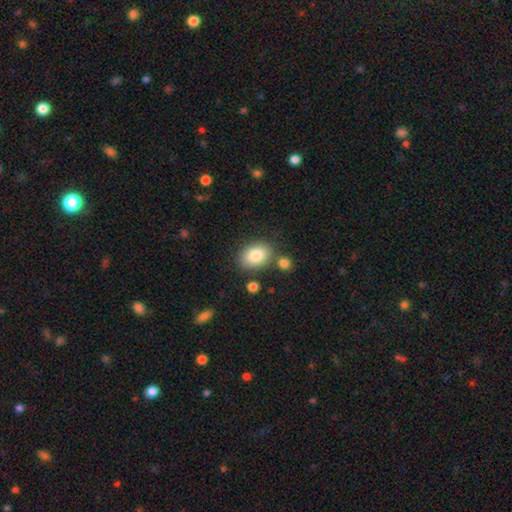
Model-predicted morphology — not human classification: Smooth or featured: smooth — 83% (featured or disk — 9%)
How rounded: in between — 77% (round — 22%)
Merging: none — 75% (minor disturbance — 12%)